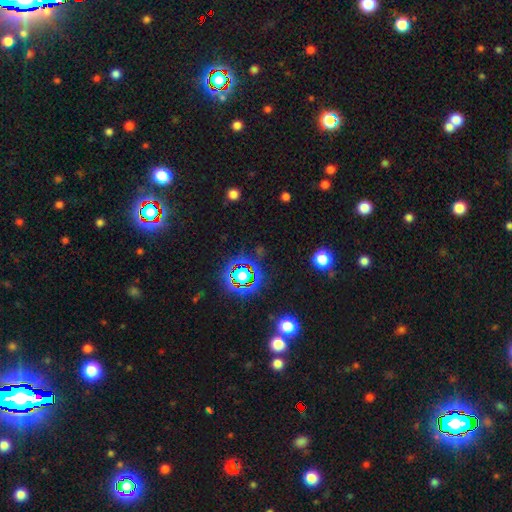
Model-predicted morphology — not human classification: The model was most divided on "smooth or featured": star or artifact: 75%, smooth: 16%, featured or disk: 8%.